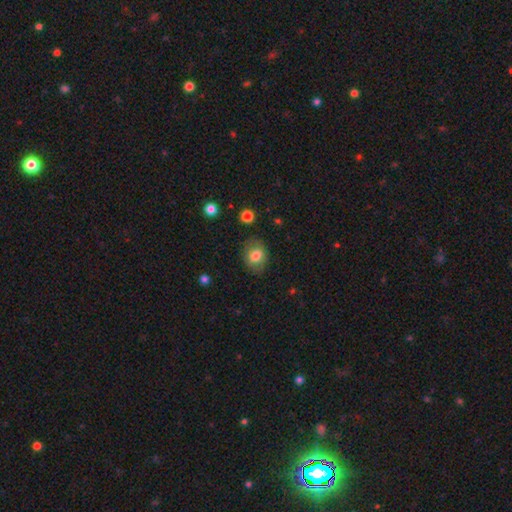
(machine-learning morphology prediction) smooth_or_featured: smooth (p=0.77) [alt: featured or disk p=0.15]
how_rounded: in between (p=0.50) [alt: round p=0.49]
merging: none (p=0.79) [alt: minor disturbance p=0.15]